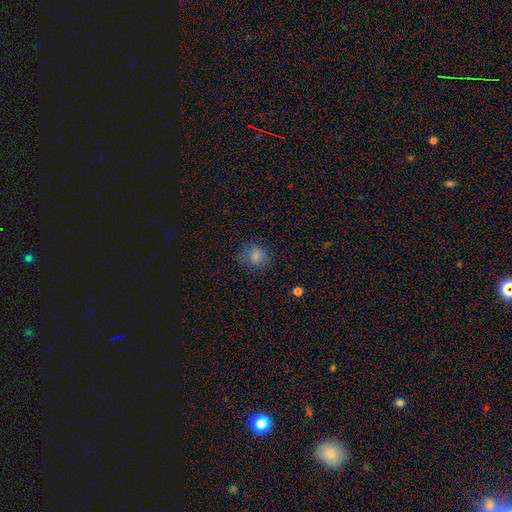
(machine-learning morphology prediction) A smooth galaxy with no disk features (81%) that is round (69%). Merging: none (74%).